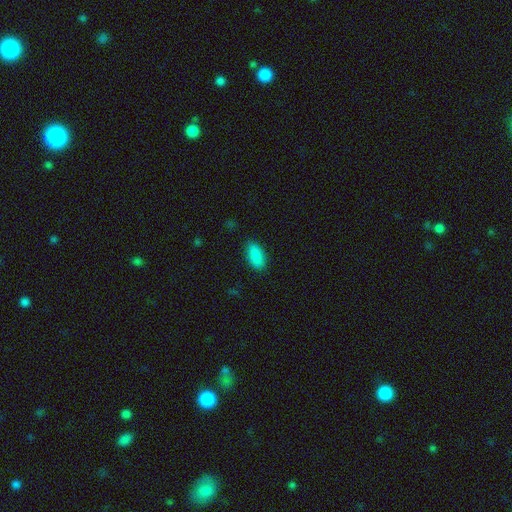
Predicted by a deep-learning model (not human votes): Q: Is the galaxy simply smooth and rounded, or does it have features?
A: smooth — 89%.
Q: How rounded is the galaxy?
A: in between — 91%.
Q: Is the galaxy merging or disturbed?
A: none — 86%.